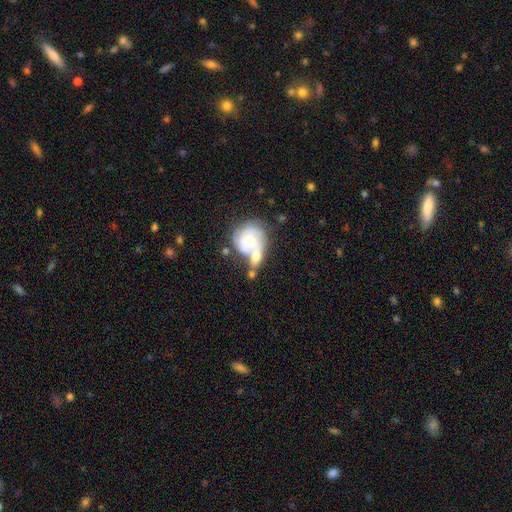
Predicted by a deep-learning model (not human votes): Smooth or featured? featured or disk (58%)
Edge-on disk? no (97%)
Bar? no (79%)
Spiral arms? yes (60%)
Bulge size? moderate (68%)
Merging? merger (56%)